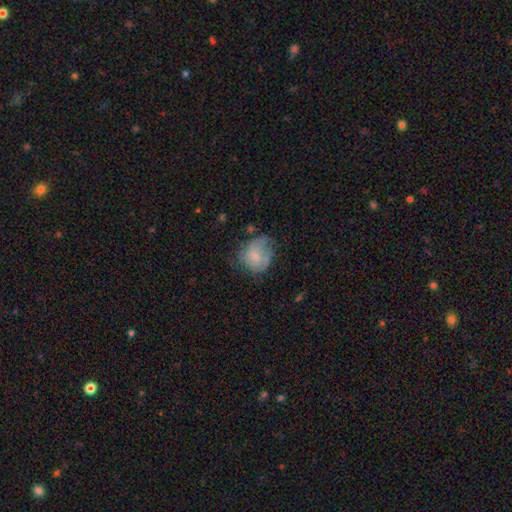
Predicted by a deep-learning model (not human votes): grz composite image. It shows a smooth galaxy with no disk features (57%) that is round (67%). Merging: none (46%).